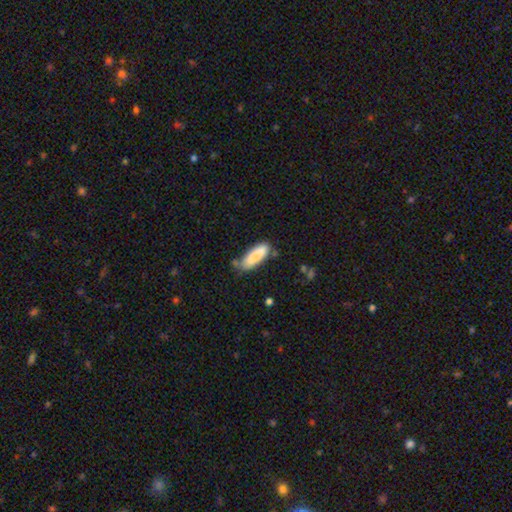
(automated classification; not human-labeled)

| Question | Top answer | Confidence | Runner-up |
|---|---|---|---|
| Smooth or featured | smooth | 85% | featured or disk (9%) |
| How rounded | in between | 50% | cigar-shaped (48%) |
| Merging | none | 67% | minor disturbance (22%) |